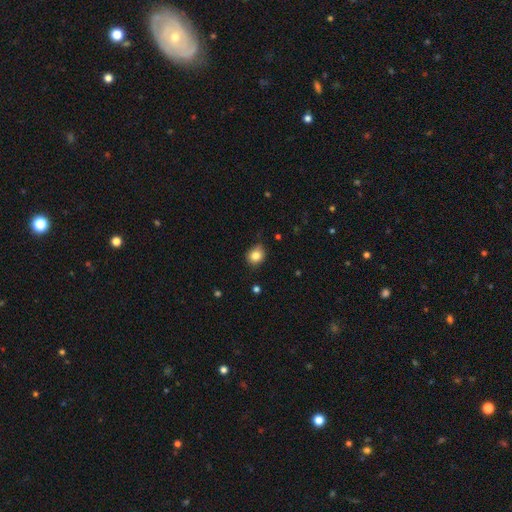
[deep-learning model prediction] A smooth galaxy with no disk features (83%) that is round (68%).

Vote fractions:
- Smooth or featured? smooth: 83% / star or artifact: 10% / featured or disk: 7%
- How rounded? round: 68% / in between: 31% / cigar-shaped: 1%
- Merging? none: 76% / minor disturbance: 20% / major disturbance: 3% / merger: 1%